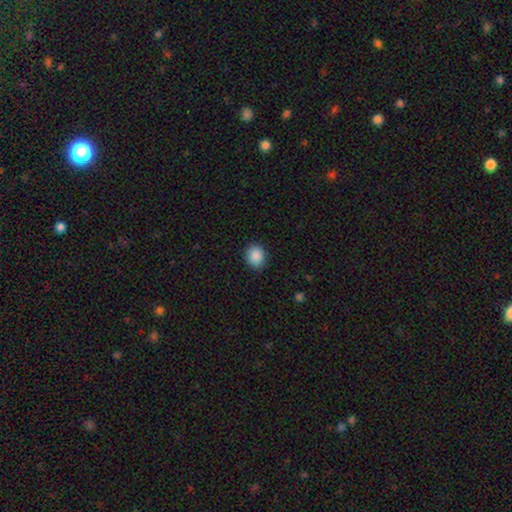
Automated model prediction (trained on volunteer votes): Smooth or featured: smooth — 89% (star or artifact — 8%)
How rounded: round — 65% (in between — 34%)
Merging: none — 88% (minor disturbance — 8%)